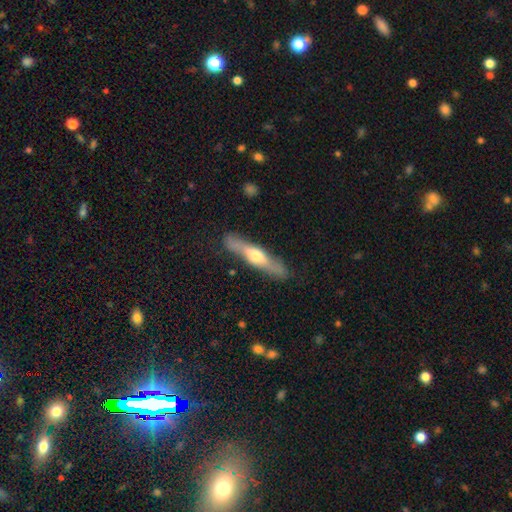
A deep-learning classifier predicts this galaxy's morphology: featured or disk 57%, smooth 38%, star or artifact 5%. Down the decision tree: edge-on disk — yes (88%); edge-on bulge — rounded (88%); merging — none (83%).